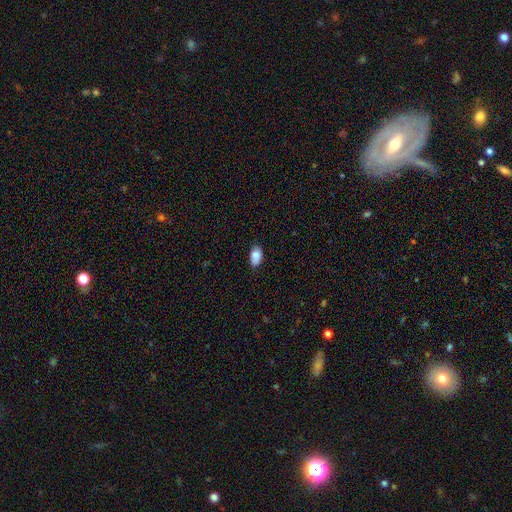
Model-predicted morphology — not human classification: Smooth or featured: smooth — 85% (featured or disk — 8%)
How rounded: in between — 93% (round — 5%)
Merging: none — 75% (minor disturbance — 20%)